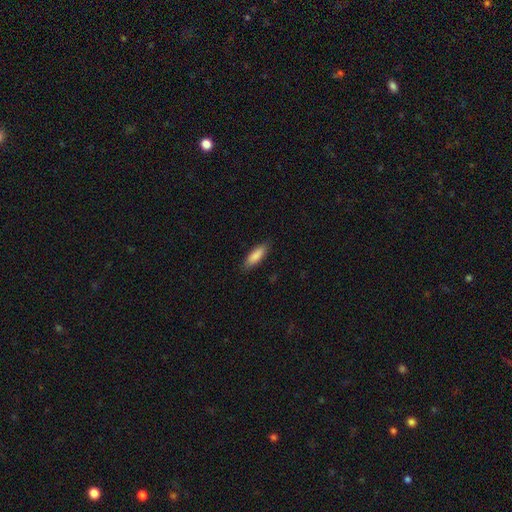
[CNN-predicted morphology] Q: Smooth or featured?
A: smooth (86%); runner-up: featured or disk (8%)
Q: How rounded?
A: in between (51%); runner-up: cigar-shaped (47%)
Q: Merging?
A: none (85%); runner-up: minor disturbance (12%)